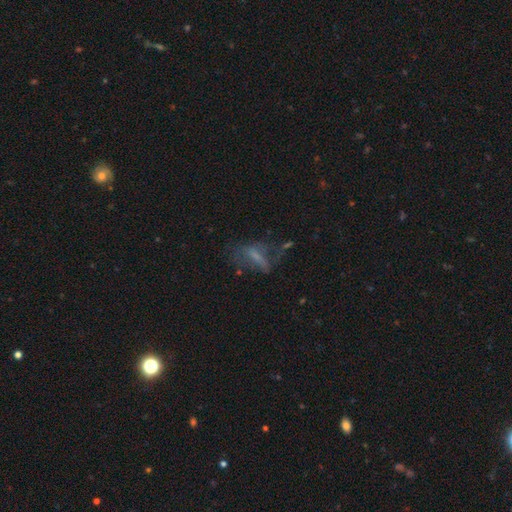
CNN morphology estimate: Smooth or featured?
  - smooth: 42% *
  - featured or disk: 41%
  - star or artifact: 17%
Merging?
  - none: 37% *
  - major disturbance: 35%
  - minor disturbance: 22%
  - merger: 6%